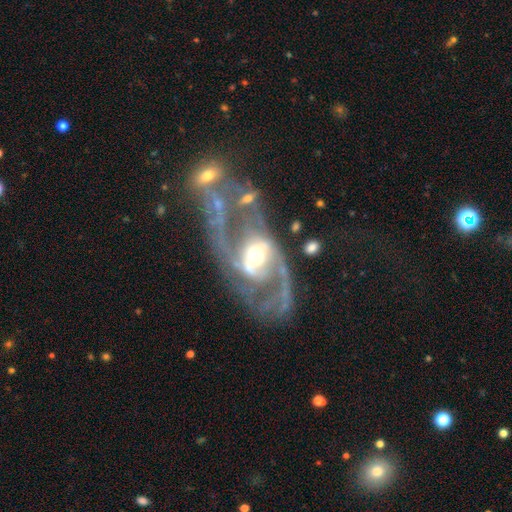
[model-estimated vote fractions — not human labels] A featured or disk galaxy (88%) with a weak bar (38%), 2 (76%) medium (46%) spiral arms (91%) and a moderate central bulge (67%). Merging: merger (32%).